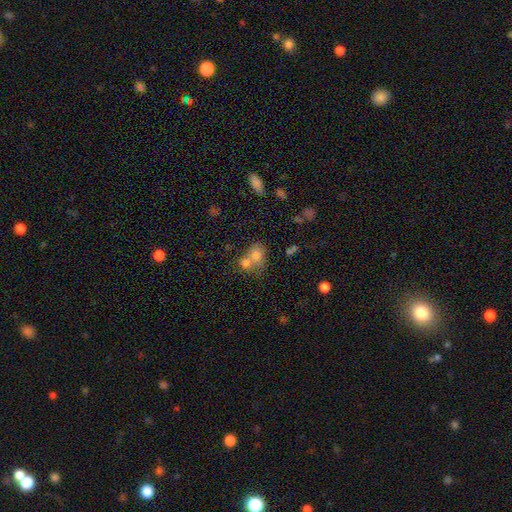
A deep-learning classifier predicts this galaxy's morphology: Smooth or featured? Predicted: smooth (p=0.73). How rounded? Predicted: round (p=0.51). Merging? Predicted: merger (p=0.54).